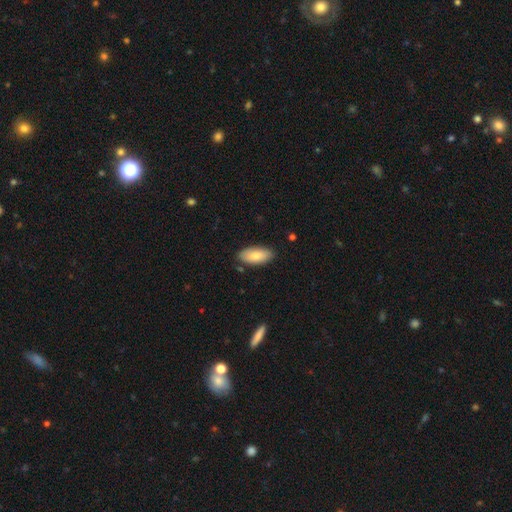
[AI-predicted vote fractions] Smooth or featured?
  - smooth: 82% *
  - featured or disk: 12%
  - star or artifact: 6%
How rounded?
  - in between: 90% *
  - cigar-shaped: 8%
  - round: 2%
Merging?
  - none: 82% *
  - minor disturbance: 13%
  - major disturbance: 2%
  - merger: 2%